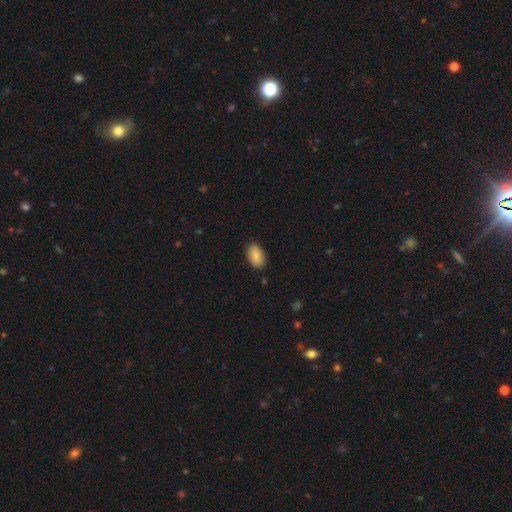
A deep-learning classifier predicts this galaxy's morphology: The model was most divided on "merging": none: 85%, minor disturbance: 12%, major disturbance: 2%, merger: 1%. More confident: how rounded — in between (92%); smooth or featured — smooth (87%).